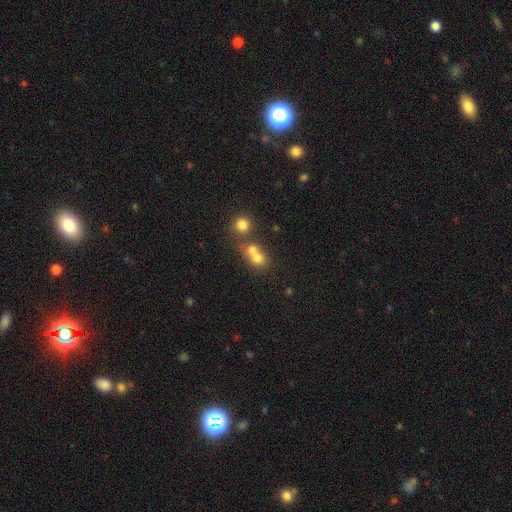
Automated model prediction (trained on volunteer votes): A smooth galaxy with no disk features (67%) that is round (74%).

Vote fractions:
- Smooth or featured? smooth: 67% / star or artifact: 17% / featured or disk: 16%
- How rounded? round: 74% / in between: 25% / cigar-shaped: 1%
- Merging? merger: 58% / none: 33% / minor disturbance: 6% / major disturbance: 3%